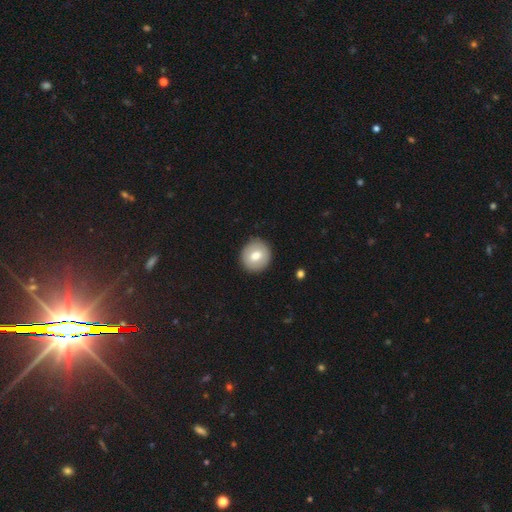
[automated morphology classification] The model was most divided on "smooth or featured": smooth: 71%, featured or disk: 22%, star or artifact: 7%. More confident: merging — none (90%); how rounded — round (84%).